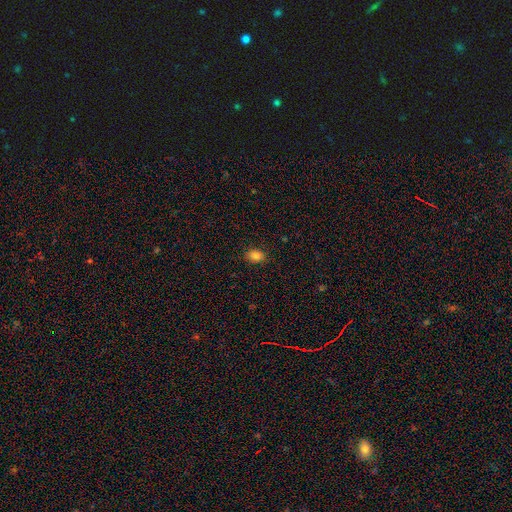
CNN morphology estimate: The model was most divided on "how rounded": in between: 66%, round: 33%, cigar-shaped: 1%. More confident: merging — none (88%); smooth or featured — smooth (84%).